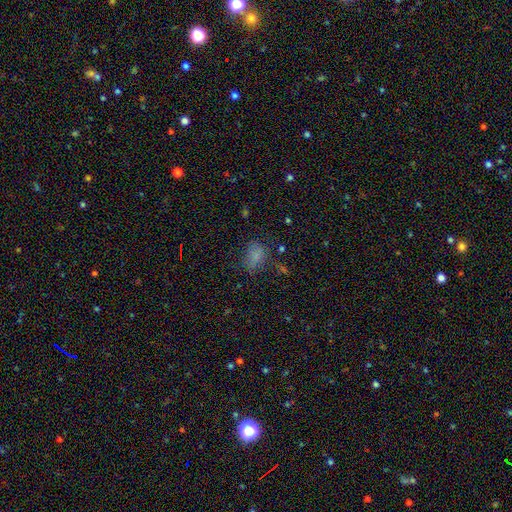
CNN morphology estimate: smooth_or_featured: smooth (p=0.70) [alt: star or artifact p=0.18]
how_rounded: in between (p=0.79) [alt: round p=0.19]
merging: none (p=0.53) [alt: minor disturbance p=0.25]